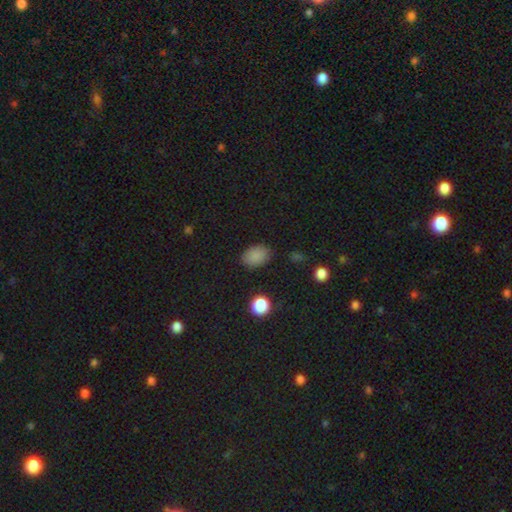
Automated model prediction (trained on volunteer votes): The model was most divided on "how rounded": in between: 80%, round: 19%, cigar-shaped: 1%. More confident: smooth or featured — smooth (85%); merging — none (84%).